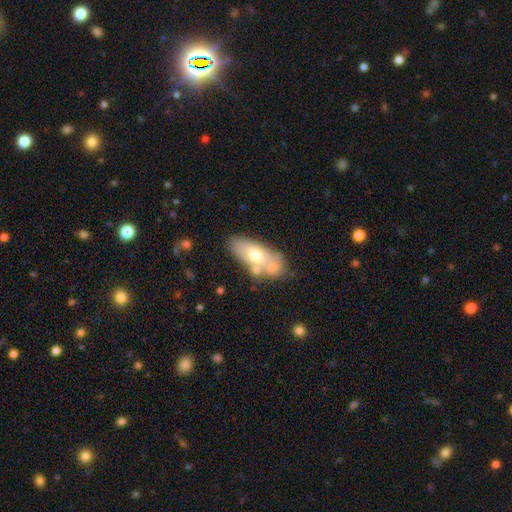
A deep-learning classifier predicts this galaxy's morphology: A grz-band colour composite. It shows a smooth galaxy with no disk features (61%) that is in between round and cigar-shaped (81%). Merging: none (50%).